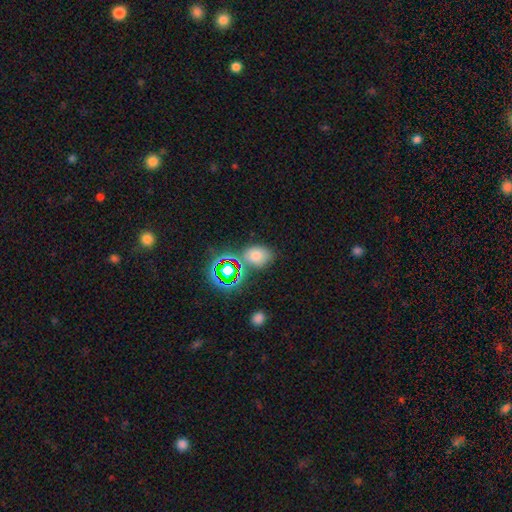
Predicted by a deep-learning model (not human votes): A smooth galaxy with no disk features (60%) that is in between round and cigar-shaped (69%).

Vote fractions:
- Smooth or featured? smooth: 60% / star or artifact: 29% / featured or disk: 11%
- How rounded? in between: 69% / round: 29% / cigar-shaped: 1%
- Merging? none: 64% / minor disturbance: 17% / merger: 13% / major disturbance: 6%